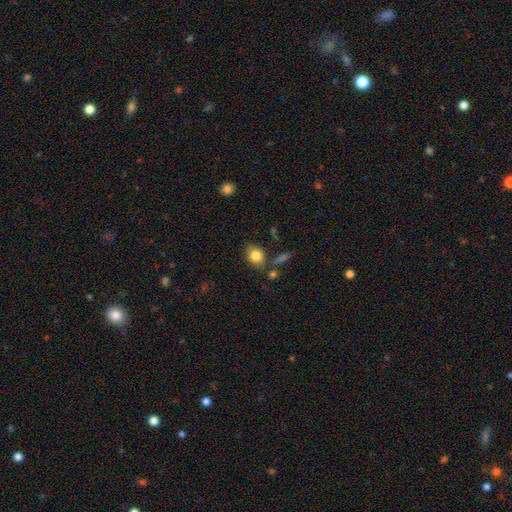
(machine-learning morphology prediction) This appears to be a smooth galaxy with no disk features (82%) that is in between round and cigar-shaped (54%). Merging: none (74%).